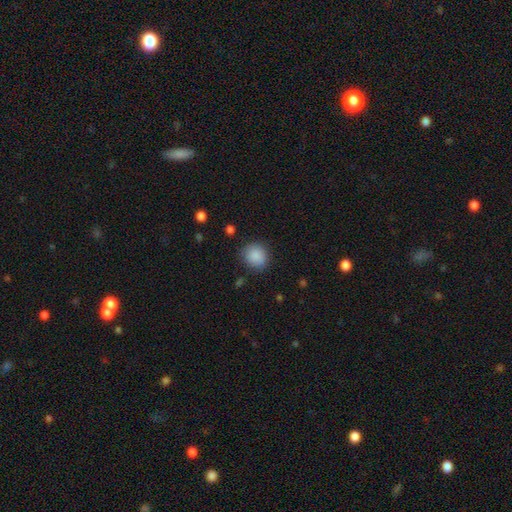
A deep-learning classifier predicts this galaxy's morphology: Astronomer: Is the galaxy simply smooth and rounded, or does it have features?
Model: smooth — 87%.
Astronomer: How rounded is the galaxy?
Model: round — 82%.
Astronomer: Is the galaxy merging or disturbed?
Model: none — 81%.